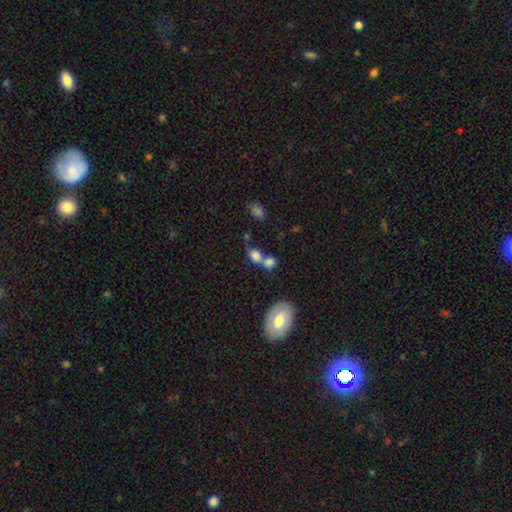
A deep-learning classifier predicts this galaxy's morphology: Q: Smooth or featured?
A: smooth (76%); runner-up: featured or disk (13%)
Q: How rounded?
A: in between (67%); runner-up: round (30%)
Q: Merging?
A: merger (58%); runner-up: none (27%)